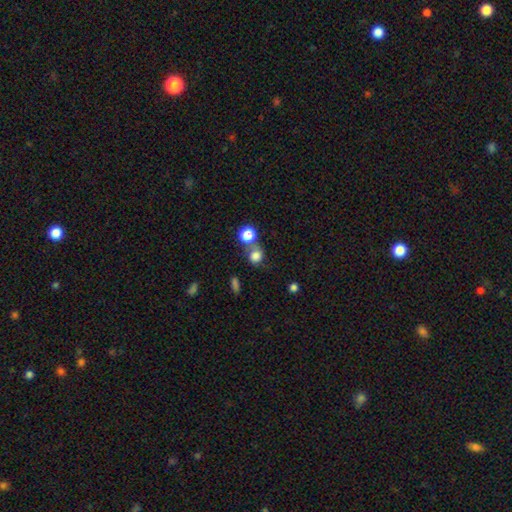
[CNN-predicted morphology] Smooth or featured: smooth — 80% (star or artifact — 13%)
How rounded: round — 78% (in between — 21%)
Merging: none — 51% (merger — 32%)